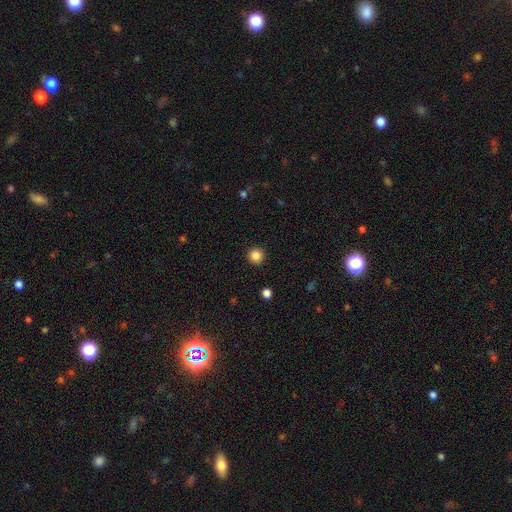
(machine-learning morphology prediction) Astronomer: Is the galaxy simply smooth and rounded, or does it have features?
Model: smooth — 86%.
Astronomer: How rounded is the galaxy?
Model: round — 96%.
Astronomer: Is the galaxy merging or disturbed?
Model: none — 93%.